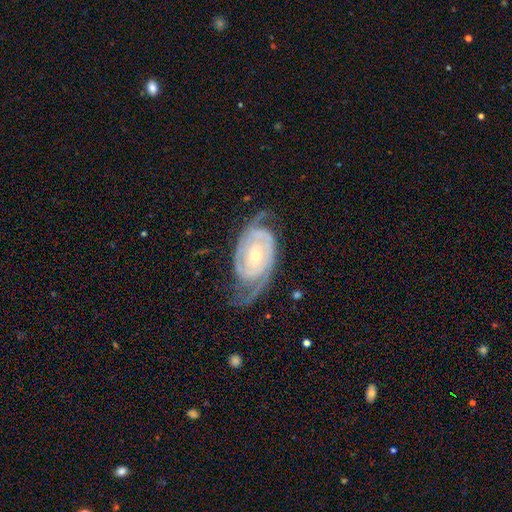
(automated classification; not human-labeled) featured or disk 90%, smooth 5%, star or artifact 5%. Down the decision tree: edge-on disk — no (96%); bar — no (66%); spiral arms — yes (97%); spiral arm count — 2 (66%); spiral winding — tight (65%); bulge size — small (67%); merging — none (65%).